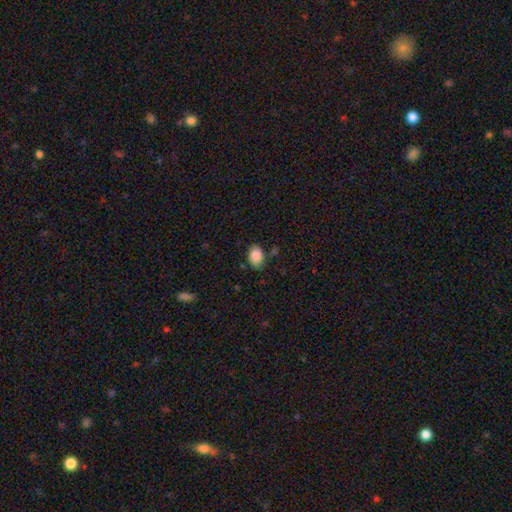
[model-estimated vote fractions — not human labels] smooth 87%, star or artifact 8%, featured or disk 5%. Down the decision tree: how rounded — in between (81%); merging — none (74%).